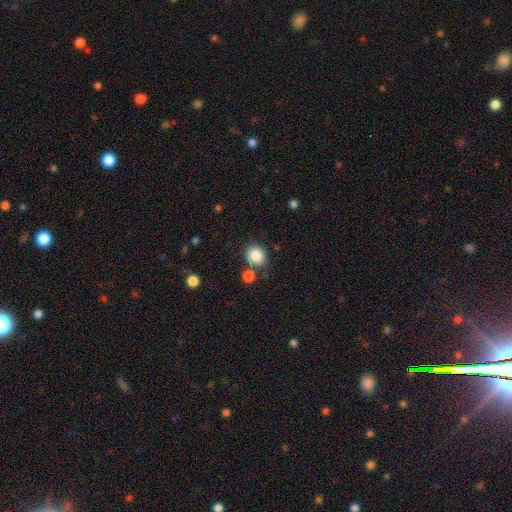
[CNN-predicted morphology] Q: Smooth or featured?
A: smooth (86%); runner-up: star or artifact (9%)
Q: How rounded?
A: round (71%); runner-up: in between (28%)
Q: Merging?
A: none (76%); runner-up: minor disturbance (11%)